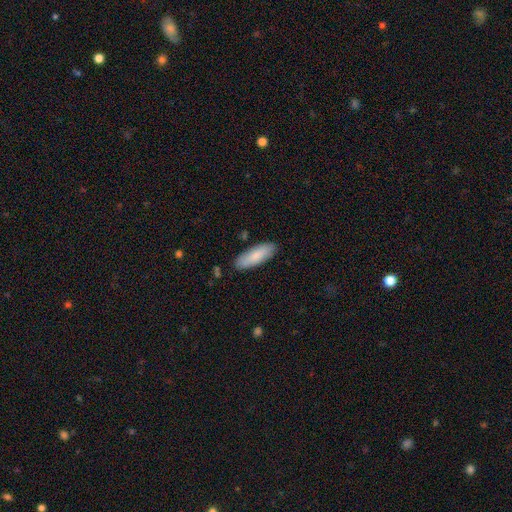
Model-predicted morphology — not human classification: smooth_or_featured: smooth (p=0.85) [alt: featured or disk p=0.10]
how_rounded: in between (p=0.63) [alt: cigar-shaped p=0.36]
merging: none (p=0.86) [alt: minor disturbance p=0.11]